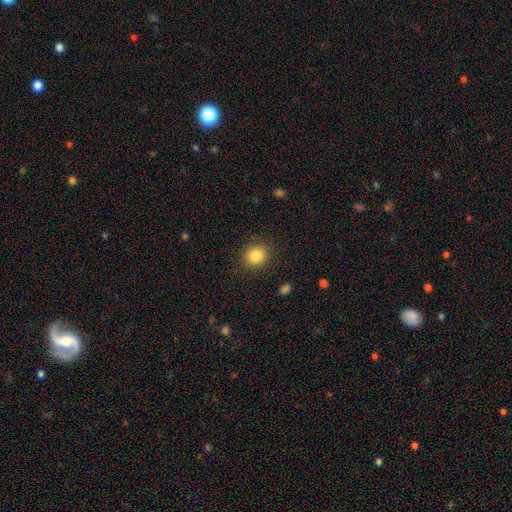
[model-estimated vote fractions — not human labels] Smooth or featured? Predicted: smooth (p=0.85). How rounded? Predicted: round (p=0.82). Merging? Predicted: none (p=0.88).